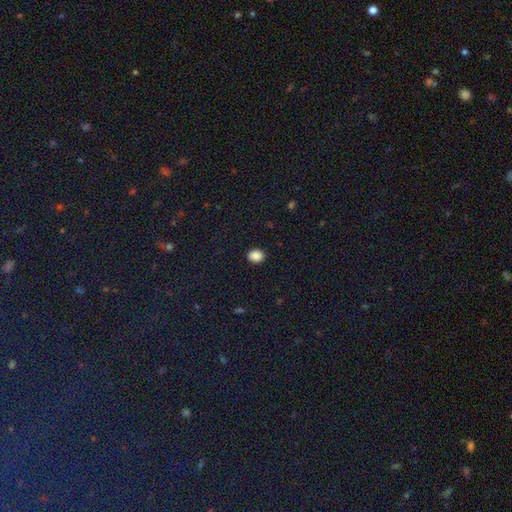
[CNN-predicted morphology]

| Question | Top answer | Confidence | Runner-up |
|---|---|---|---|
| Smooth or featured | smooth | 88% | star or artifact (9%) |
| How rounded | round | 52% | in between (47%) |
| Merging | none | 91% | minor disturbance (6%) |